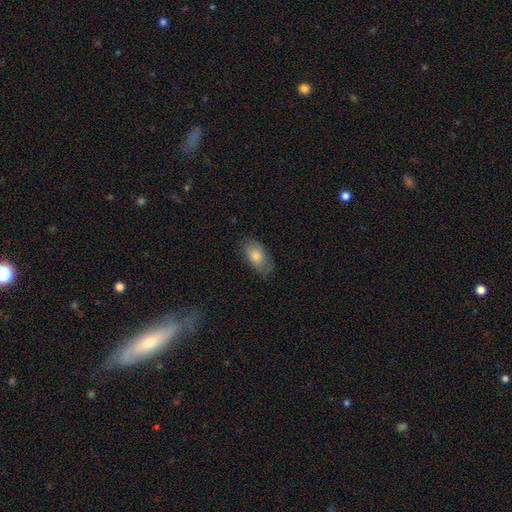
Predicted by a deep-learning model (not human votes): Smooth or featured? Predicted: smooth (p=0.75). How rounded? Predicted: in between (p=0.91). Merging? Predicted: none (p=0.78).